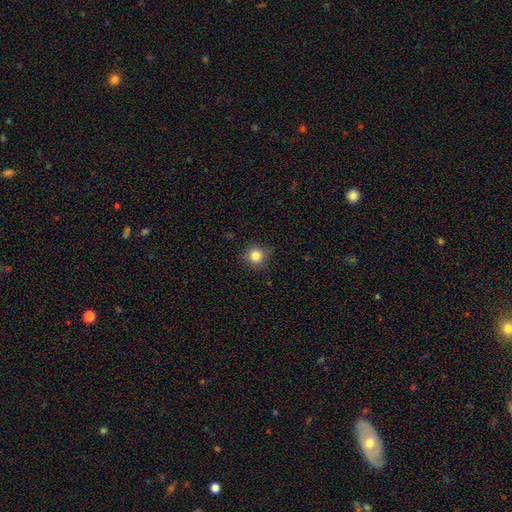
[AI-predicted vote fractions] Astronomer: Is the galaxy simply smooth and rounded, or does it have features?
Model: smooth — 83%.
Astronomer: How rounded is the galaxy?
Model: round — 91%.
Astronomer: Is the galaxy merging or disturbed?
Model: none — 84%.